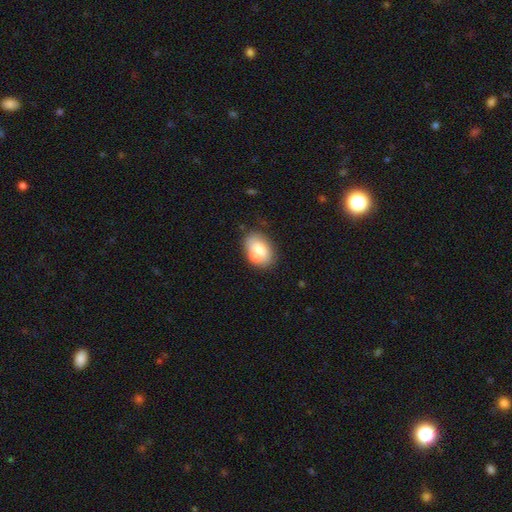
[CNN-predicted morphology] Smooth or featured?
  - smooth: 69% *
  - featured or disk: 24%
  - star or artifact: 7%
How rounded?
  - in between: 82% *
  - round: 17%
  - cigar-shaped: 1%
Merging?
  - none: 54% *
  - merger: 24%
  - minor disturbance: 17%
  - major disturbance: 5%